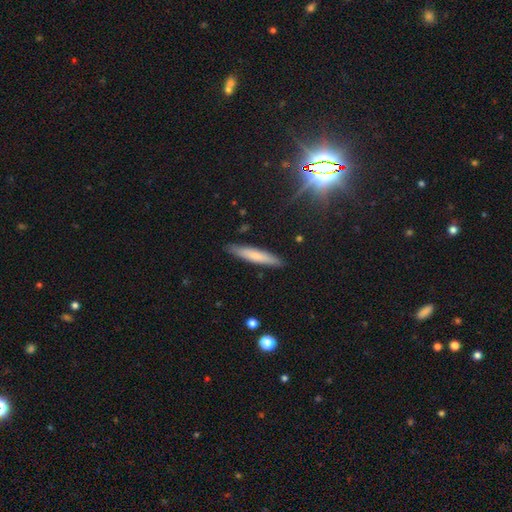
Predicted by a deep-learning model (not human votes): The model was most divided on "smooth or featured": smooth: 67%, featured or disk: 25%, star or artifact: 7%. More confident: how rounded — cigar-shaped (90%); merging — none (88%).